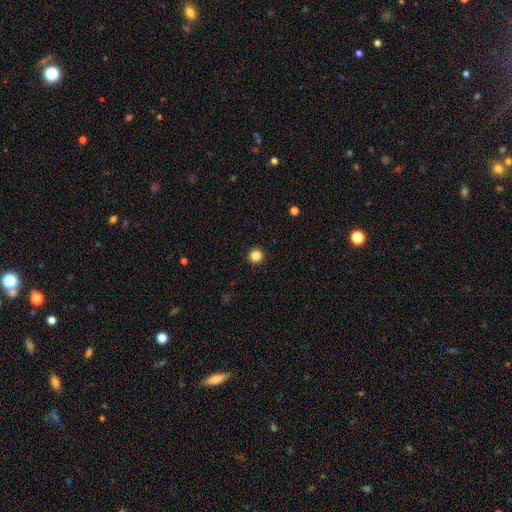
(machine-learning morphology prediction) type=smooth (85%); roundness=round (96%); merging=none (93%).